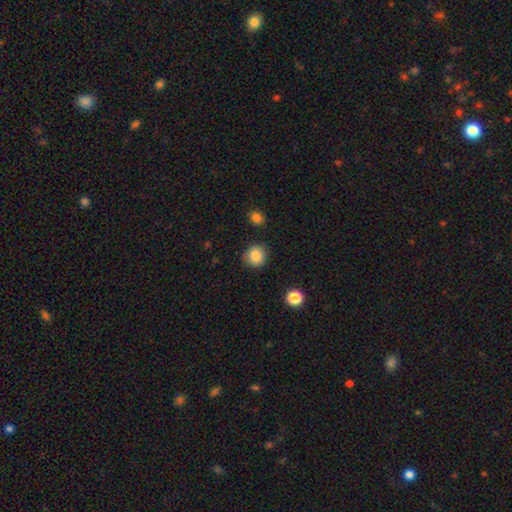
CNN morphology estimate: A smooth galaxy with no disk features (87%) that is round (87%).

Vote fractions:
- Smooth or featured? smooth: 87% / star or artifact: 10% / featured or disk: 4%
- How rounded? round: 87% / in between: 12% / cigar-shaped: 1%
- Merging? none: 85% / minor disturbance: 10% / major disturbance: 3% / merger: 2%